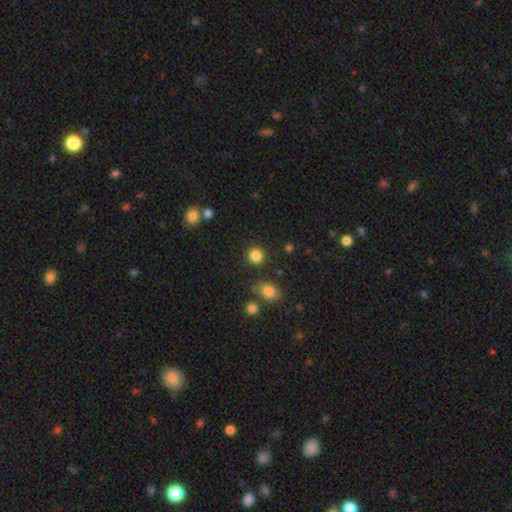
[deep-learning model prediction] Q: Smooth or featured?
A: smooth (85%); runner-up: star or artifact (11%)
Q: How rounded?
A: round (90%); runner-up: in between (9%)
Q: Merging?
A: none (87%); runner-up: minor disturbance (7%)